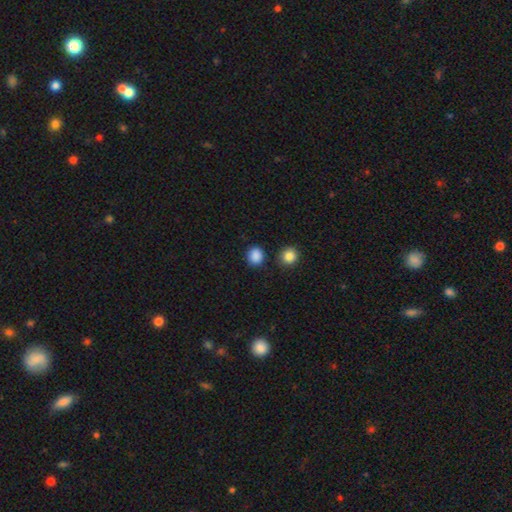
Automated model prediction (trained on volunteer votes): This appears to be a smooth galaxy with no disk features (88%) that is round (78%). Merging: none (87%).